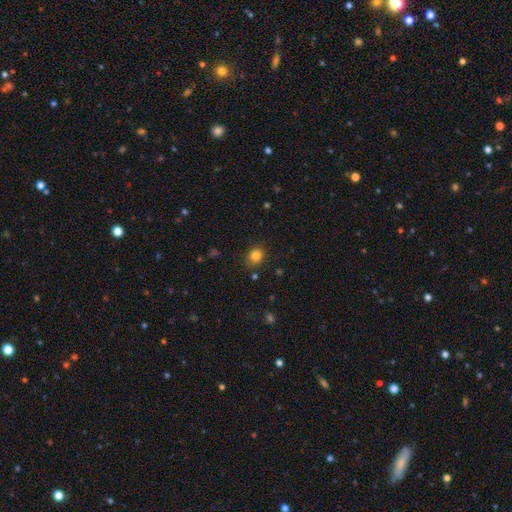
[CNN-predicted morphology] This appears to be a smooth galaxy with no disk features (82%) that is round (71%). Merging: none (84%).